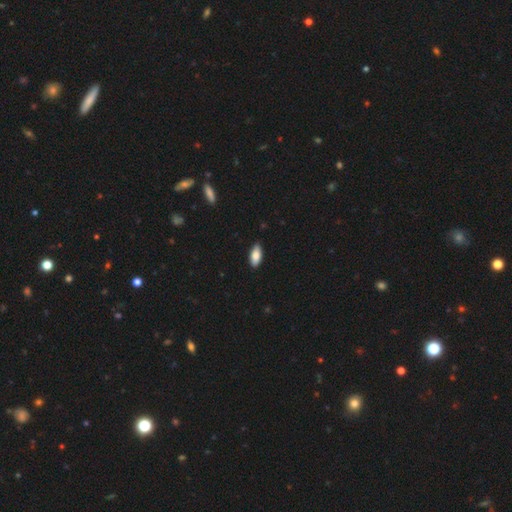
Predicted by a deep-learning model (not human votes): Overall: smooth (83%). How rounded: in between (87%). Merging: none (86%).